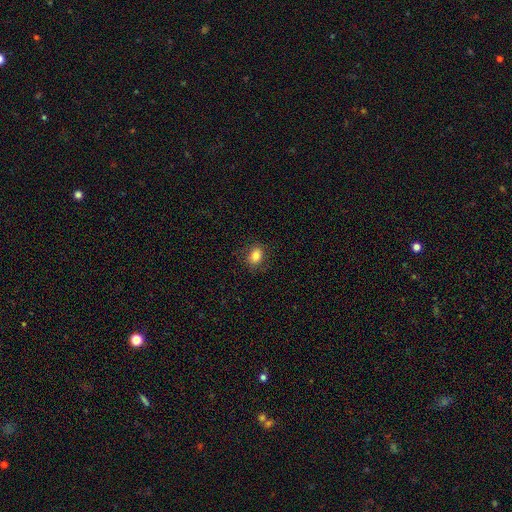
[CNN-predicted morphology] This appears to be a smooth galaxy with no disk features (83%) that is in between round and cigar-shaped (69%). Merging: none (82%).